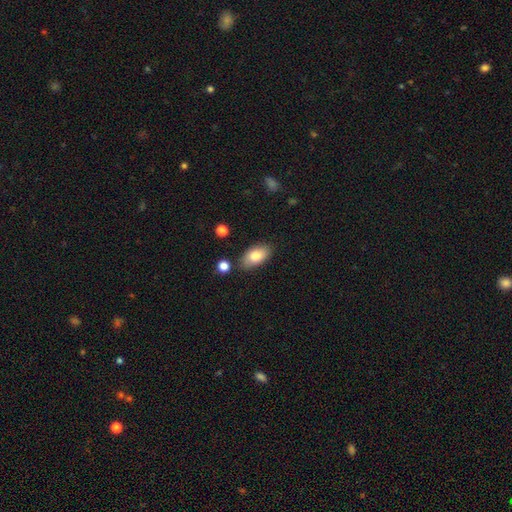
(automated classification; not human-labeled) A smooth galaxy with no disk features (81%) that is in between round and cigar-shaped (93%). Merging: none (82%).